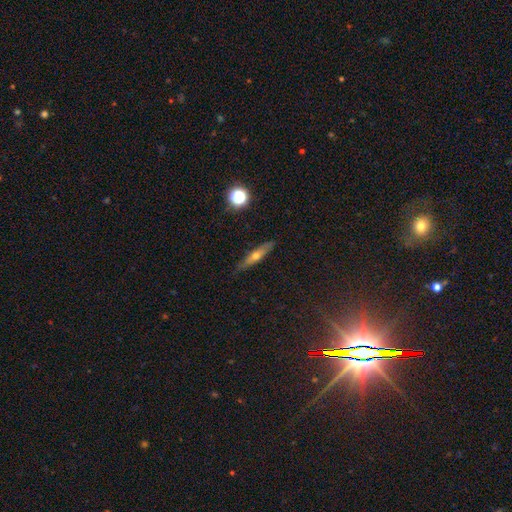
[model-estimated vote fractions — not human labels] smooth-or-featured: featured or disk: 53% | smooth: 39% | star or artifact: 8%
  disk-edge-on: yes: 91% | no: 9%
  merging: none: 87% | minor disturbance: 10% | major disturbance: 2% | merger: 1%